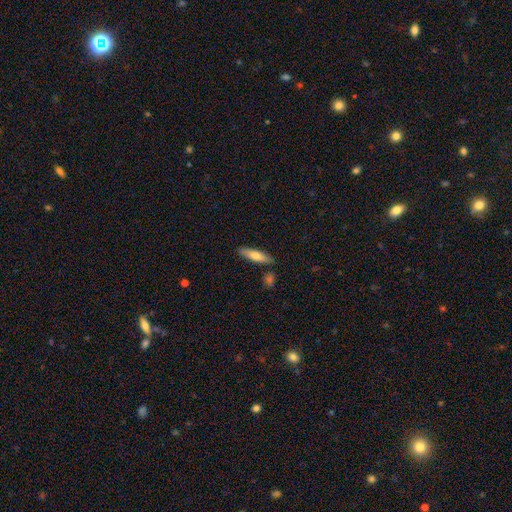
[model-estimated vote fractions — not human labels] This is likely a smooth galaxy (68%). How rounded: likely cigar-shaped (70%). Merging: clearly none (84%).